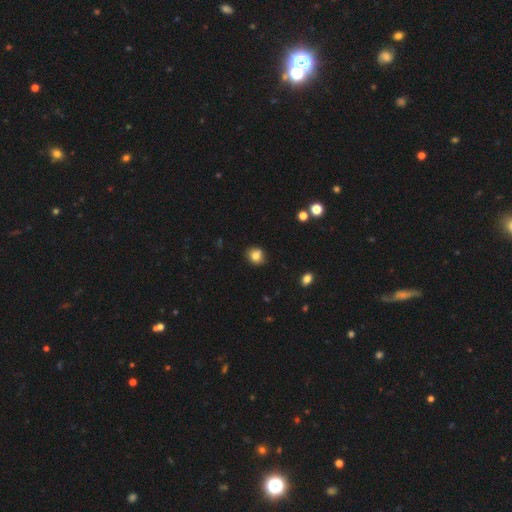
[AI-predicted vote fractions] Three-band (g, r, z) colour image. It shows a smooth galaxy with no disk features (79%) that is round (77%). Merging: none (70%).